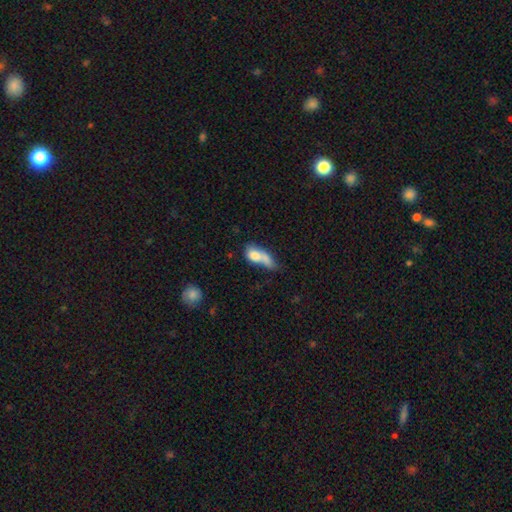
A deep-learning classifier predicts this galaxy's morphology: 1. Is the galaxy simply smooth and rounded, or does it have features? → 69% smooth, 22% featured or disk, 9% star or artifact.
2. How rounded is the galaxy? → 70% in between, 18% round, 12% cigar-shaped.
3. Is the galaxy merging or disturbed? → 47% merger, 20% major disturbance, 18% none, 15% minor disturbance.